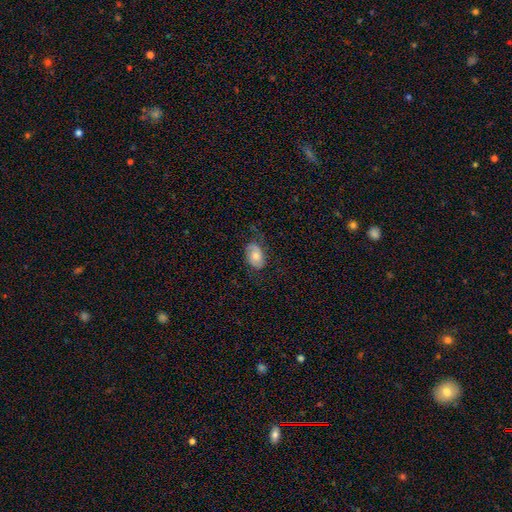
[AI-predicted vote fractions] A smooth galaxy with no disk features (58%) that is in between round and cigar-shaped (88%). Merging: none (67%).